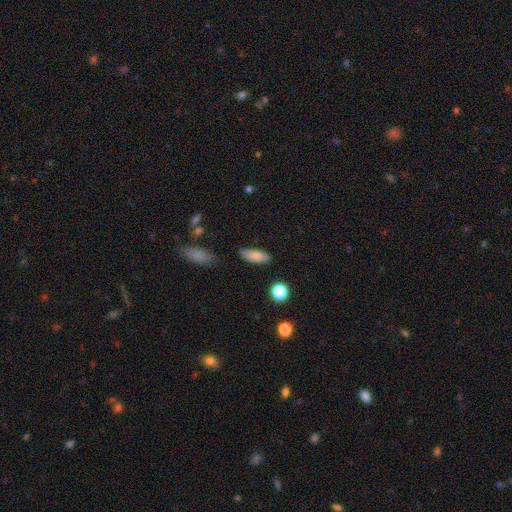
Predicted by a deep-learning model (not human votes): The model was most divided on "how rounded": in between: 78%, cigar-shaped: 20%, round: 3%. More confident: smooth or featured — smooth (83%); merging — none (80%).